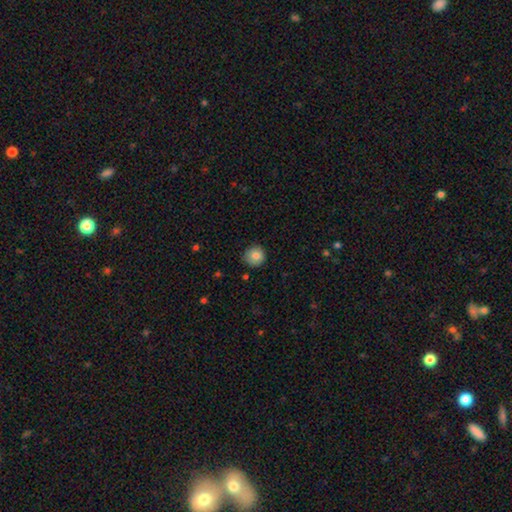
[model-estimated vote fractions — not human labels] The model was most divided on "merging": none: 81%, minor disturbance: 16%, major disturbance: 2%, merger: 1%. More confident: how rounded — round (93%); smooth or featured — smooth (81%).